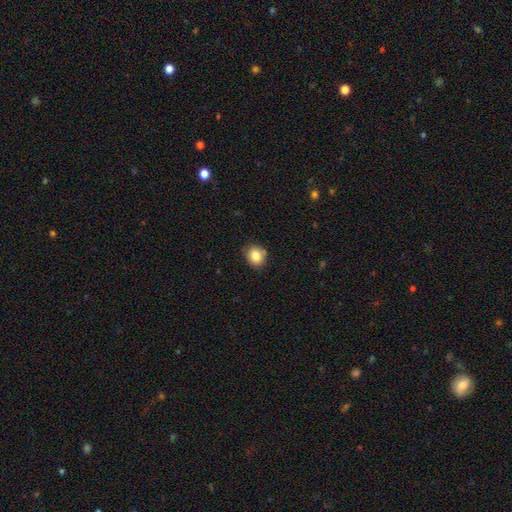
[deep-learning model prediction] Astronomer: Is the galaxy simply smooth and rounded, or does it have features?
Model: smooth — 84%.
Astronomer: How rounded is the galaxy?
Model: round — 71%.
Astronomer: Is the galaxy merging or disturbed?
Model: none — 82%.